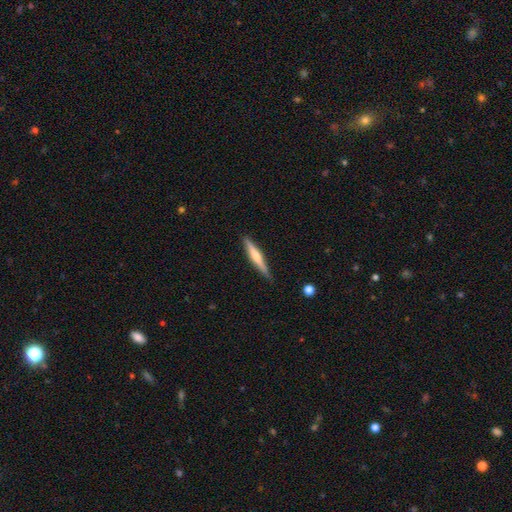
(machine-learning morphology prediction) A featured or disk galaxy (55%) viewed edge-on (97%) with a rounded central bulge (72%). Merging: none (88%).